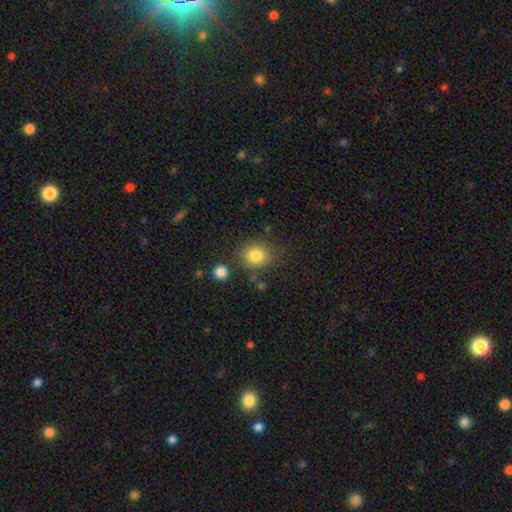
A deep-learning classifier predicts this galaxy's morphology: A smooth galaxy with no disk features (83%) that is round (71%).

Vote fractions:
- Smooth or featured? smooth: 83% / star or artifact: 10% / featured or disk: 7%
- How rounded? round: 71% / in between: 28% / cigar-shaped: 1%
- Merging? none: 79% / minor disturbance: 12% / merger: 5% / major disturbance: 4%